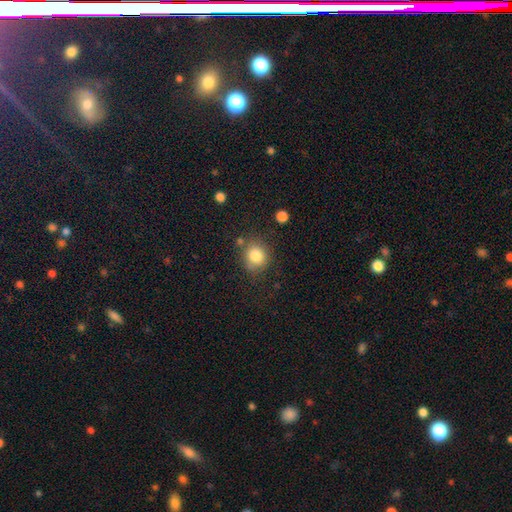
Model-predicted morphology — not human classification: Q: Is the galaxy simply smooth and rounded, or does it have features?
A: smooth — 83%.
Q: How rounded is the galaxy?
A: round — 80%.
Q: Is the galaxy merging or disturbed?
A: none — 74%.